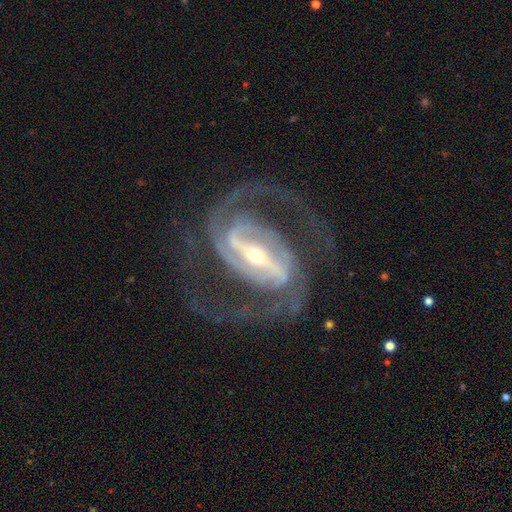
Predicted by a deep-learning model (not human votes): Smooth or featured? Predicted: featured or disk (p=0.94). Edge-on disk? Predicted: no (p=0.97). Bar? Predicted: strong (p=0.75). Spiral arms? Predicted: yes (p=0.98). Spiral winding? Predicted: medium (p=0.60). Spiral arm count? Predicted: 2 (p=0.86). Bulge size? Predicted: small (p=0.68). Merging? Predicted: none (p=0.74).